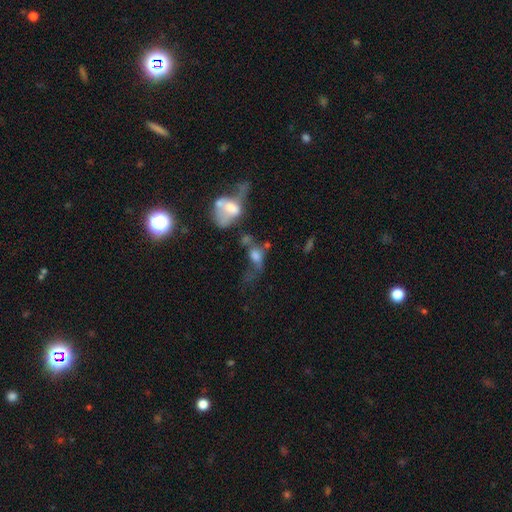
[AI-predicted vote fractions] The model was most divided on "merging": merger: 38%, major disturbance: 34%, none: 16%, minor disturbance: 11%. More confident: how rounded — in between (73%); smooth or featured — smooth (53%).